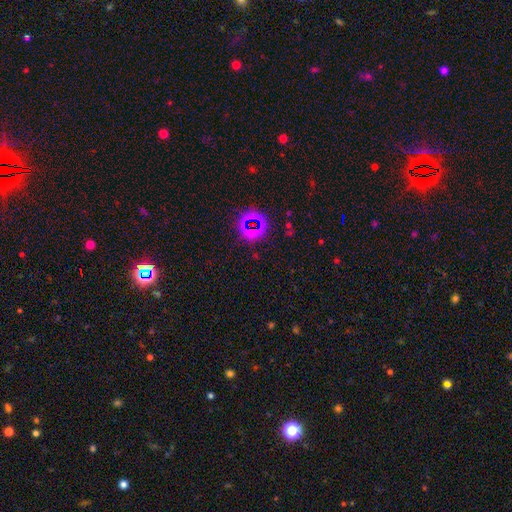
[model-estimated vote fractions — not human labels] star or artifact 67%, smooth 25%, featured or disk 9%.